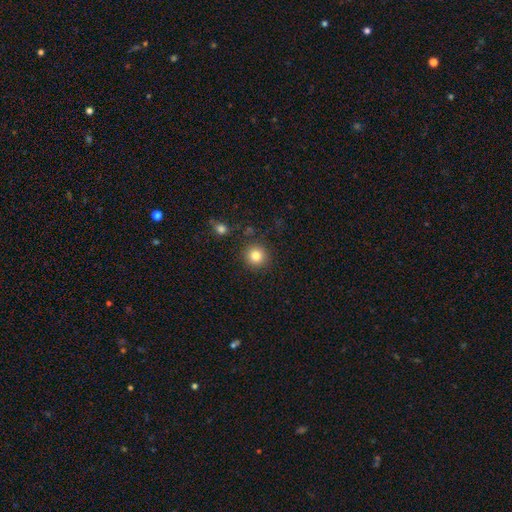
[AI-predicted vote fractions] Smooth or featured? Predicted: smooth (p=0.83). How rounded? Predicted: round (p=0.94). Merging? Predicted: none (p=0.88).